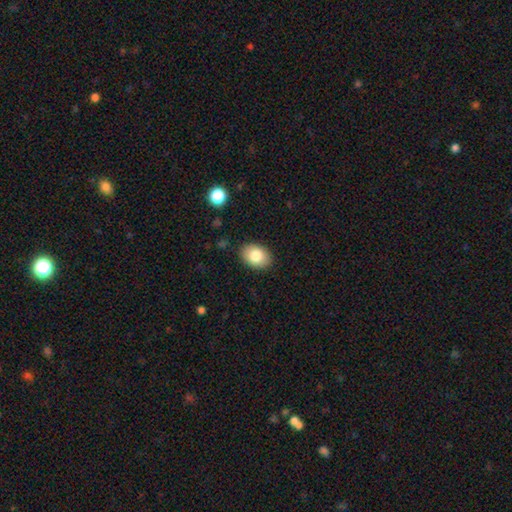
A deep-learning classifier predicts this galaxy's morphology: Smooth or featured? smooth (82%)
How rounded? in between (81%)
Merging? none (88%)